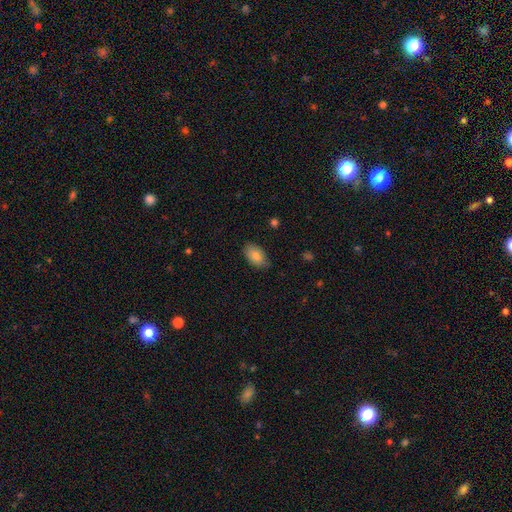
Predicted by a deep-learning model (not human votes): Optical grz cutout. It shows a smooth galaxy with no disk features (83%) that is in between round and cigar-shaped (94%). Merging: none (83%).